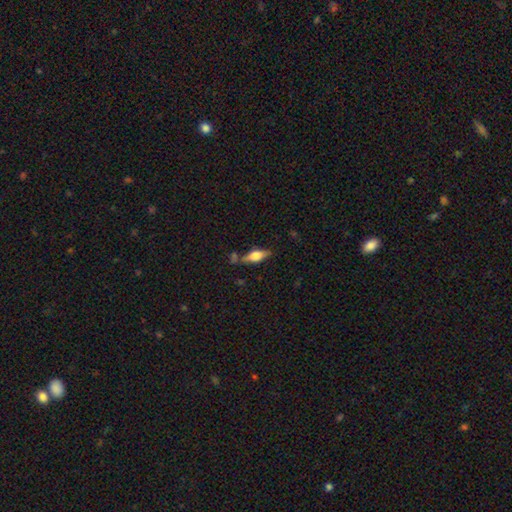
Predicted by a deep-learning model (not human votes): smooth 48%, featured or disk 45%, star or artifact 7%. Down the decision tree: merging — none (71%).